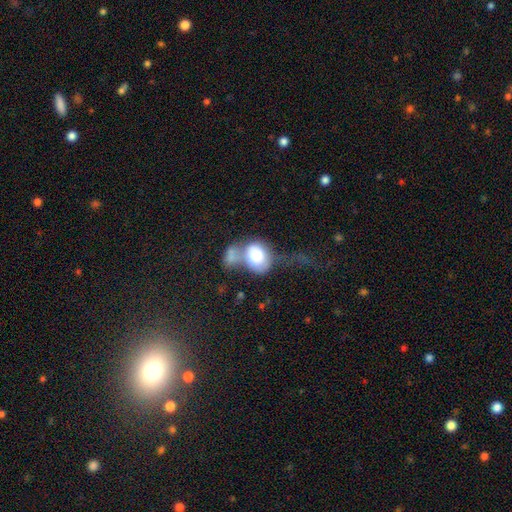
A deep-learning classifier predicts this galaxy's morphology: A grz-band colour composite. It shows a smooth galaxy with no disk features (66%) that is in between round and cigar-shaped (63%). Merging: merger (55%).